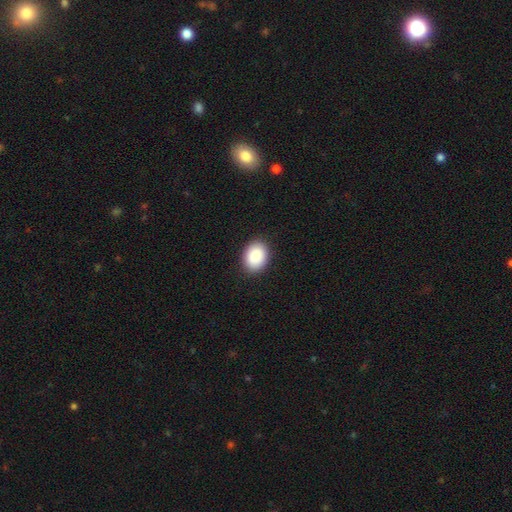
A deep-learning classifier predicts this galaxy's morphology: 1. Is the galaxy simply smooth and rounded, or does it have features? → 89% smooth, 7% star or artifact, 4% featured or disk.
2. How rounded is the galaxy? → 70% in between, 29% round, 1% cigar-shaped.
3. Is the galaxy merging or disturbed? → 90% none, 8% minor disturbance, 2% major disturbance, 1% merger.